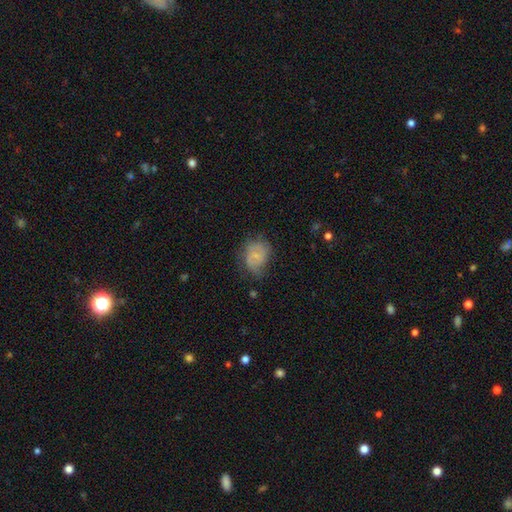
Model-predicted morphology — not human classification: Smooth or featured: smooth — 52% (featured or disk — 38%)
How rounded: in between — 49% (tied with round — 49%)
Merging: none — 48% (minor disturbance — 32%)